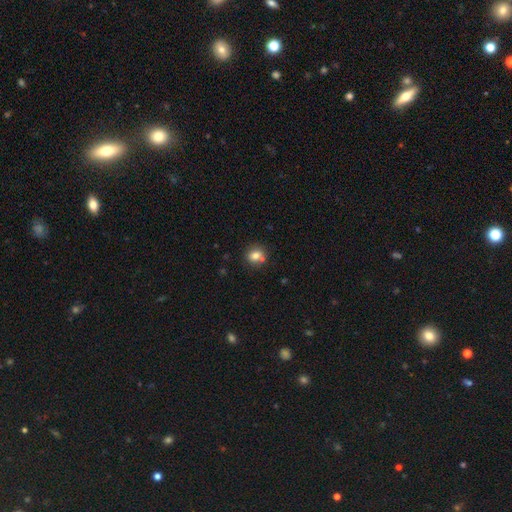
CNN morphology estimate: Smooth or featured: smooth — 78% (featured or disk — 11%)
How rounded: round — 76% (in between — 23%)
Merging: none — 67% (merger — 17%)